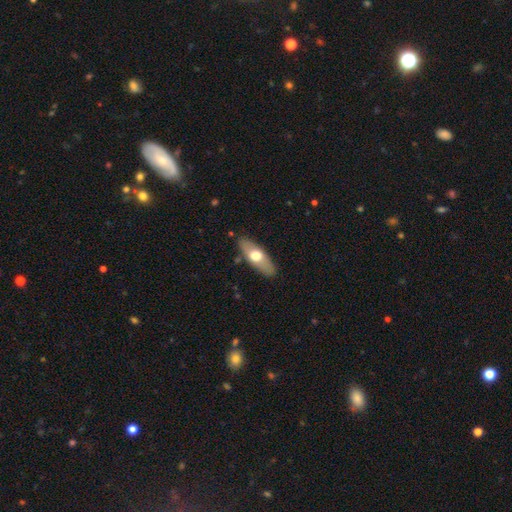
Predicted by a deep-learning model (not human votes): Smooth or featured? Predicted: smooth (p=0.56). How rounded? Predicted: in between (p=0.65). Merging? Predicted: none (p=0.86).